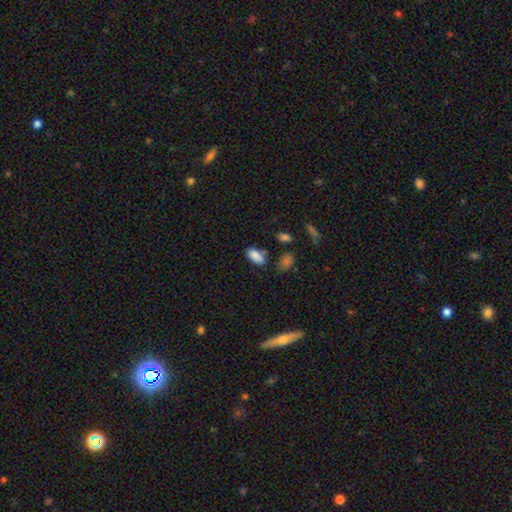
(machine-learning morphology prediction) smooth 86%, star or artifact 8%, featured or disk 6%. Down the decision tree: how rounded — in between (90%); merging — none (71%).